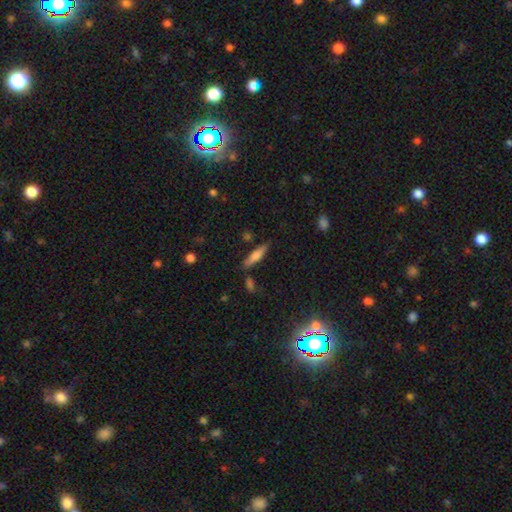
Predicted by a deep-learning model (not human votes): A smooth galaxy with no disk features (64%) that is cigar-shaped (76%). Merging: none (78%).